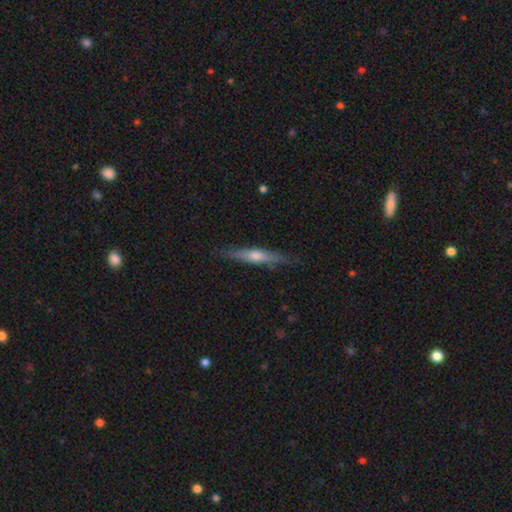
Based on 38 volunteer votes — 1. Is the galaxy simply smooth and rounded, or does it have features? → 68% featured or disk, 26% smooth, 5% star or artifact.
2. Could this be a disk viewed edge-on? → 88% yes, 12% no.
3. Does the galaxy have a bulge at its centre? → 87% rounded, 13% none, 0% boxy.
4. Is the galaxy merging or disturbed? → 89% none, 11% minor disturbance, 0% major disturbance, 0% merger.